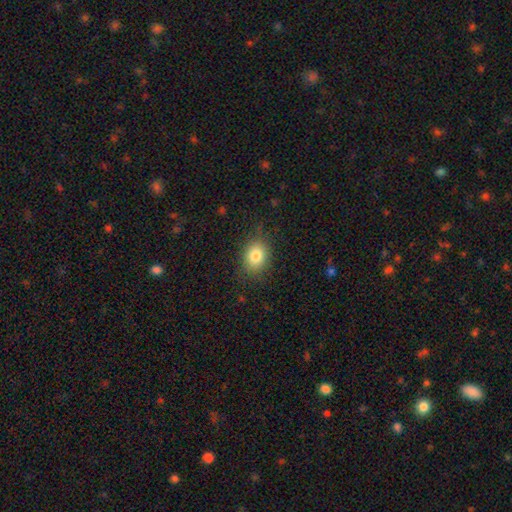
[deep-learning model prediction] Q: Smooth or featured?
A: smooth (81%); runner-up: star or artifact (11%)
Q: How rounded?
A: in between (54%); runner-up: round (45%)
Q: Merging?
A: none (82%); runner-up: minor disturbance (13%)